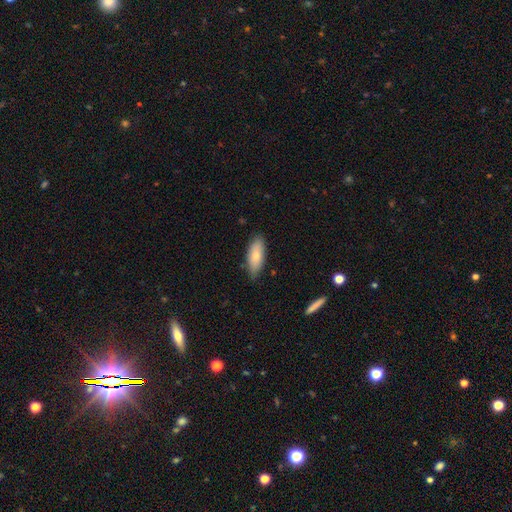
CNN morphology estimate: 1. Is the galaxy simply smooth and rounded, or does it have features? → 74% smooth, 20% featured or disk, 6% star or artifact.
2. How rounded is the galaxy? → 78% in between, 19% cigar-shaped, 2% round.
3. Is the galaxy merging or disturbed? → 80% none, 16% minor disturbance, 2% major disturbance, 1% merger.